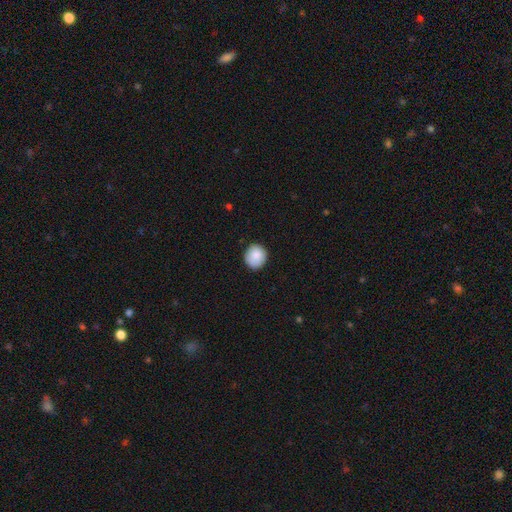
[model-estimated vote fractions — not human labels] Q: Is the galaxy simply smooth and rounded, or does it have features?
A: smooth — 87%.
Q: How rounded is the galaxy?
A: round — 87%.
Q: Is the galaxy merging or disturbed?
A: none — 86%.